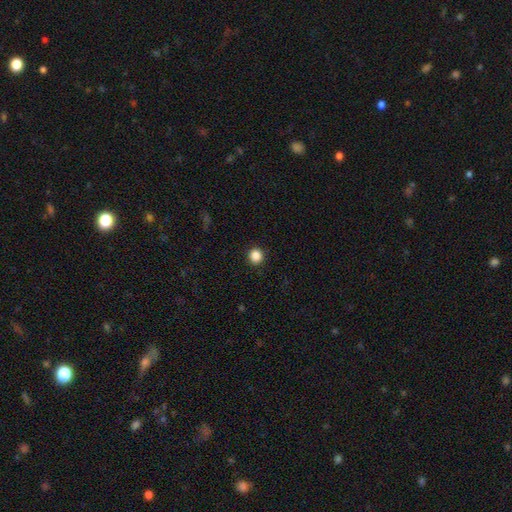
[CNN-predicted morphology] Smooth or featured? Predicted: smooth (p=0.87). How rounded? Predicted: round (p=0.92). Merging? Predicted: none (p=0.93).